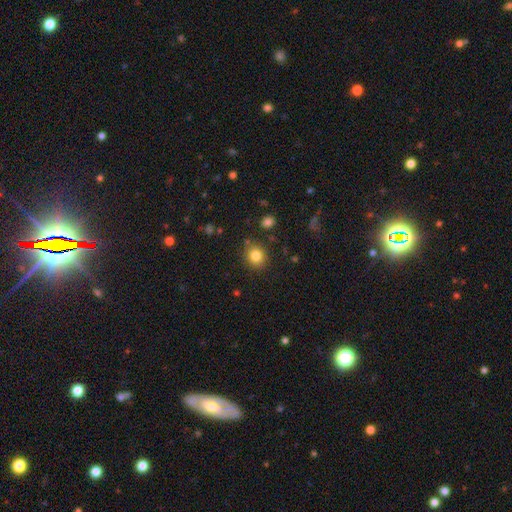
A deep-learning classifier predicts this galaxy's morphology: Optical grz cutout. It shows a smooth galaxy with no disk features (83%) that is round (78%). Merging: none (85%).